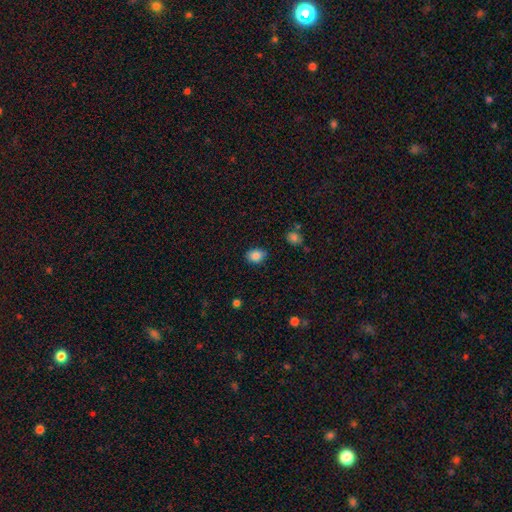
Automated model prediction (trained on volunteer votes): This appears to be a smooth galaxy with no disk features (85%) that is in between round and cigar-shaped (63%). Merging: none (83%).